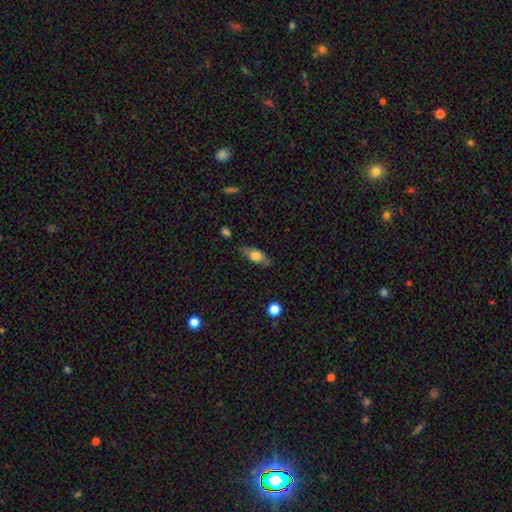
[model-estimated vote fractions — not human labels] Smooth or featured? Predicted: smooth (p=0.63). How rounded? Predicted: in between (p=0.73). Merging? Predicted: none (p=0.72).